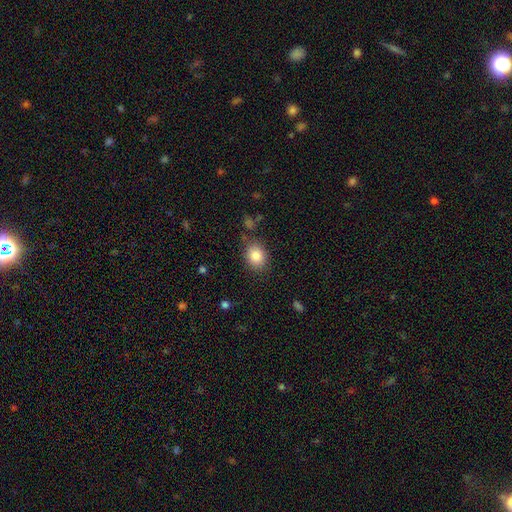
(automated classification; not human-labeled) Overall: smooth (85%). How rounded: in between (51%; round 48%). Merging: none (80%).